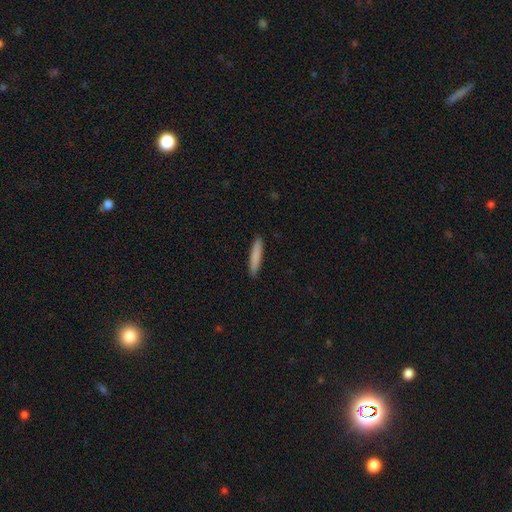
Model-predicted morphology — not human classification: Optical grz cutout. It shows a smooth galaxy with no disk features (83%) that is cigar-shaped (93%). Merging: none (91%).